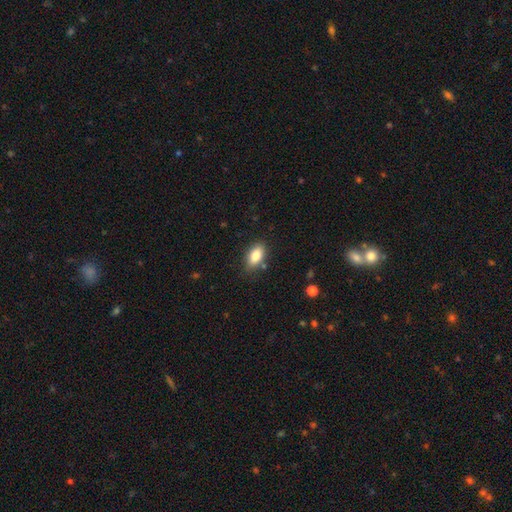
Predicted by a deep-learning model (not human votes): A smooth galaxy with no disk features (83%) that is in between round and cigar-shaped (90%). Merging: none (82%).